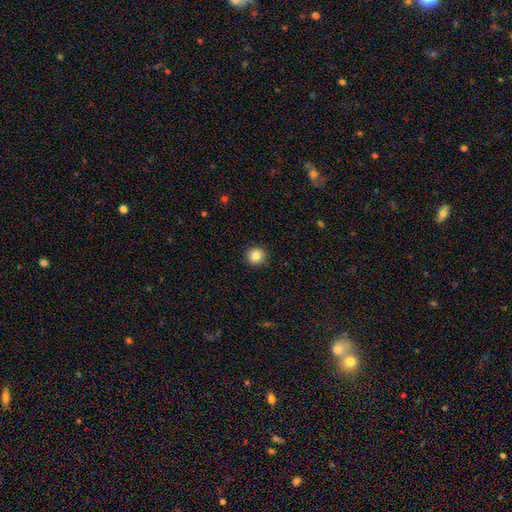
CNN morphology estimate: Smooth or featured: smooth — 85% (star or artifact — 10%)
How rounded: round — 93% (in between — 6%)
Merging: none — 92% (minor disturbance — 5%)